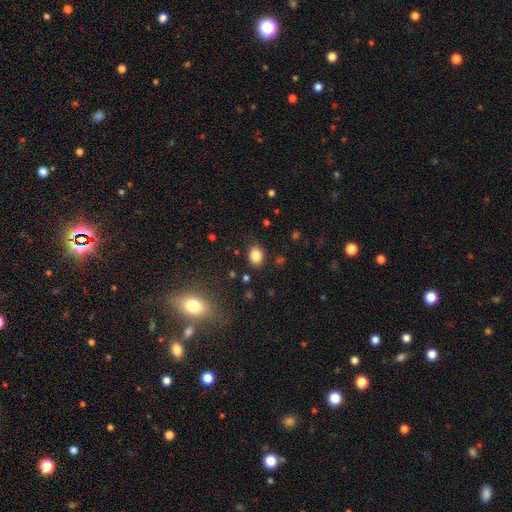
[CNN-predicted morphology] The model was most divided on "how rounded": in between: 63%, round: 36%, cigar-shaped: 1%. More confident: merging — none (86%); smooth or featured — smooth (84%).